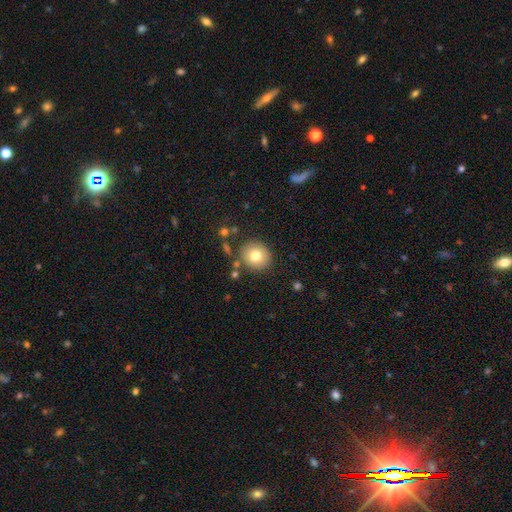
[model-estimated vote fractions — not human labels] smooth_or_featured: smooth (p=0.76) [alt: featured or disk p=0.13]
how_rounded: round (p=0.87) [alt: in between p=0.12]
merging: none (p=0.84) [alt: minor disturbance p=0.09]